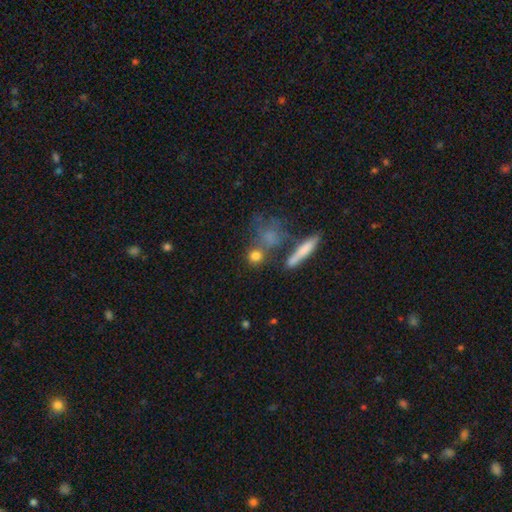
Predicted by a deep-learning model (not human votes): Morphology: type=smooth (76%); roundness=round (70%); merging=none (63%).